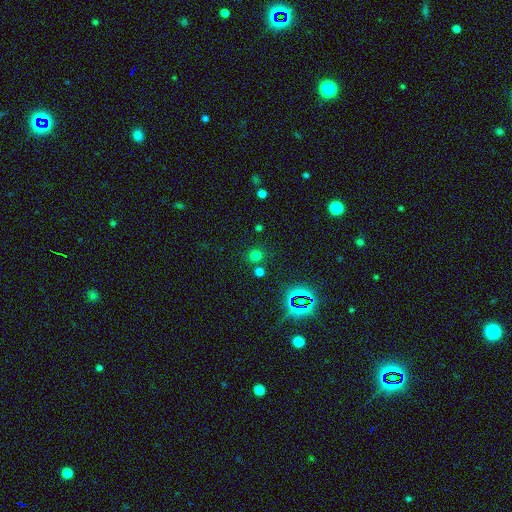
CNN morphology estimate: A smooth galaxy with no disk features (63%) that is round (89%).

Vote fractions:
- Smooth or featured? smooth: 63% / star or artifact: 31% / featured or disk: 6%
- How rounded? round: 89% / in between: 10% / cigar-shaped: 1%
- Merging? none: 76% / merger: 12% / minor disturbance: 8% / major disturbance: 4%